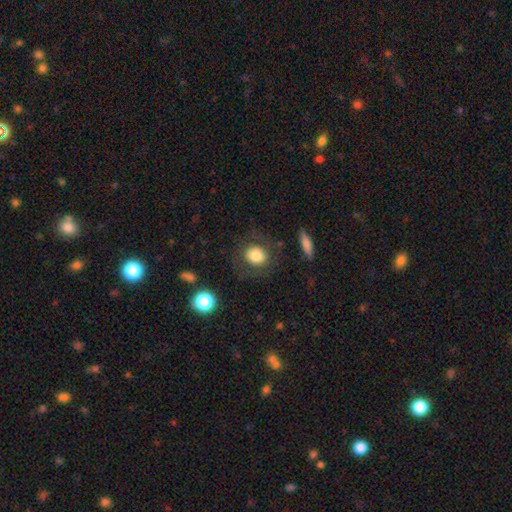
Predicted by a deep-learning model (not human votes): smooth-or-featured: smooth: 77% | featured or disk: 14% | star or artifact: 9%
  how-rounded: round: 68% | in between: 31% | cigar-shaped: 1%
  merging: none: 76% | minor disturbance: 13% | major disturbance: 9% | merger: 2%